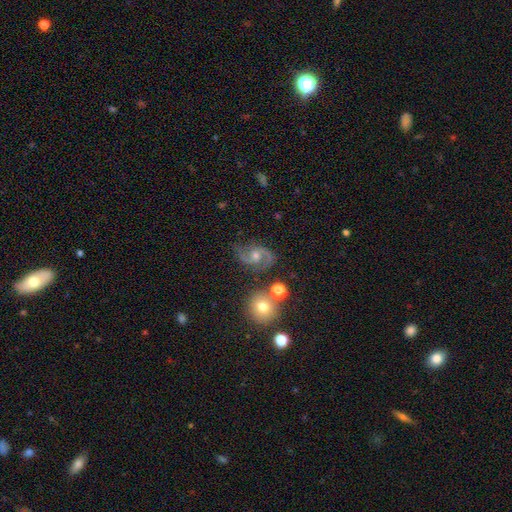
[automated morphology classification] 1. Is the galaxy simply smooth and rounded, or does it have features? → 83% featured or disk, 9% star or artifact, 8% smooth.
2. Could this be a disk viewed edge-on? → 98% no, 2% yes.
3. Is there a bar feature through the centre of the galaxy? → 57% no, 36% weak, 8% strong.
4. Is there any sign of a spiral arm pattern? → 96% yes, 4% no.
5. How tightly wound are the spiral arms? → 55% medium, 28% loose, 17% tight.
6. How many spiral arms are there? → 93% 2, 3% can't tell, 1% 1, 1% 3, 1% 4, 1% more than 4.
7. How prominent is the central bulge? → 65% moderate, 28% small, 4% large, 3% none, 1% dominant.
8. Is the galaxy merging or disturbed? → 75% none, 15% minor disturbance, 6% major disturbance, 4% merger.